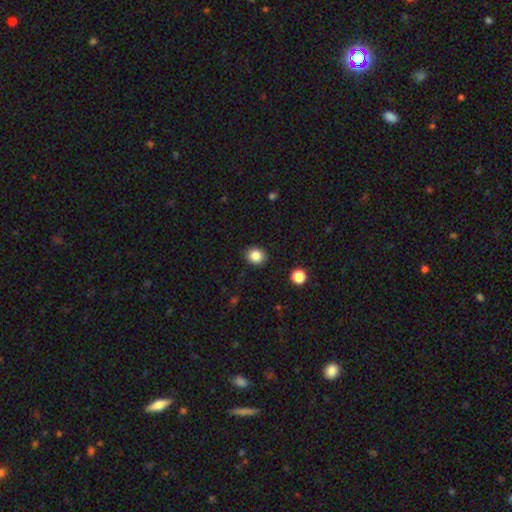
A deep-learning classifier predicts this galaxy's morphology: Smooth or featured? Predicted: smooth (p=0.85). How rounded? Predicted: round (p=0.69). Merging? Predicted: none (p=0.91).